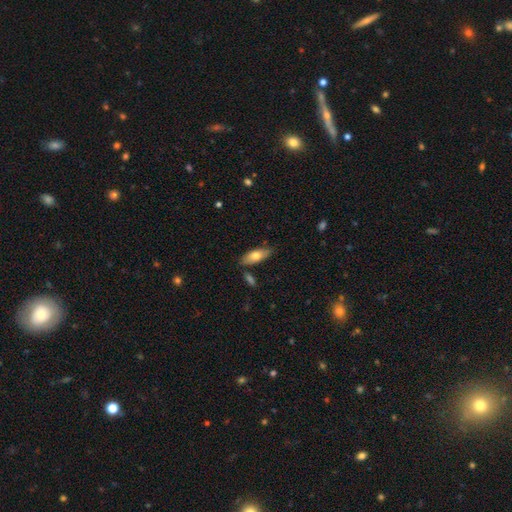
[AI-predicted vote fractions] Overall: smooth (70%). How rounded: in between (76%). Merging: none (79%).